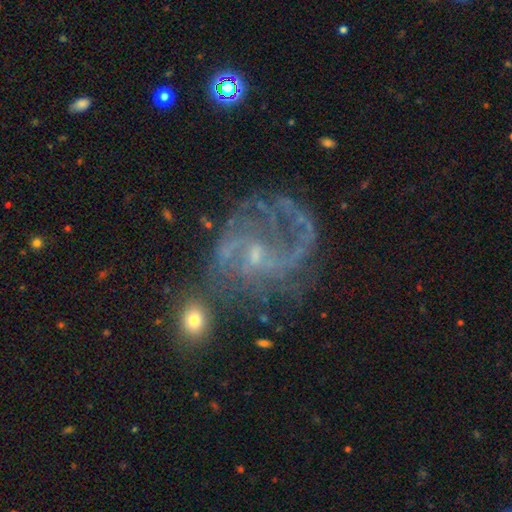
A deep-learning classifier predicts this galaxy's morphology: Smooth or featured: featured or disk — 81% (star or artifact — 10%)
Edge-on disk: no — 98% (yes — 2%)
Bar: no — 47% (weak — 45%)
Spiral arms: yes — 83% (no — 17%)
Spiral winding: medium — 42% (loose — 35%)
Spiral arm count: 2 — 31% (tied with can't tell — 31%)
Bulge size: small — 62% (none — 18%)
Merging: none — 41% (major disturbance — 32%)